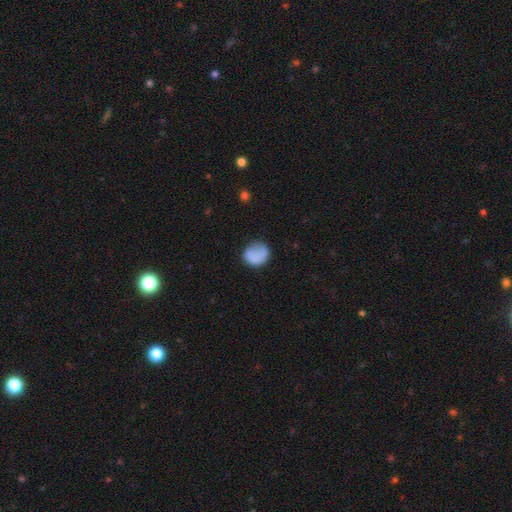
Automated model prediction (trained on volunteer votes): smooth 78%, featured or disk 14%, star or artifact 8%. Down the decision tree: how rounded — round (81%); merging — none (61%).